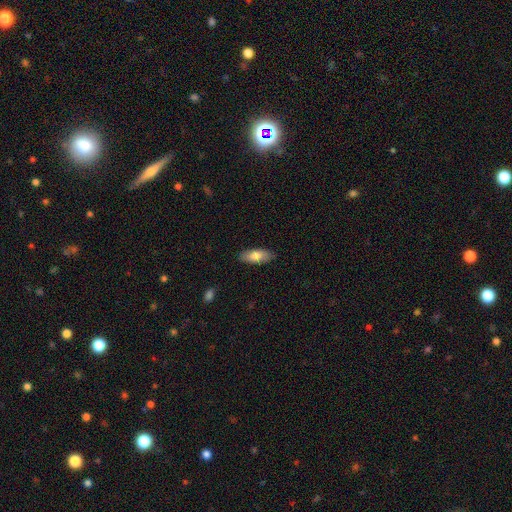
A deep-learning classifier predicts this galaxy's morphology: Smooth or featured: smooth — 76% (featured or disk — 18%)
How rounded: in between — 81% (cigar-shaped — 16%)
Merging: none — 87% (minor disturbance — 10%)